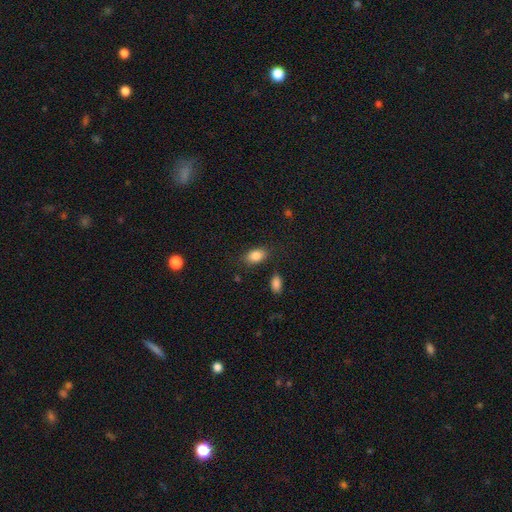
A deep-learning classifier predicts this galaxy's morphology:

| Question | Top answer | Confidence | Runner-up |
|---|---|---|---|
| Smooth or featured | smooth | 85% | star or artifact (9%) |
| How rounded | in between | 84% | round (14%) |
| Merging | none | 80% | minor disturbance (13%) |